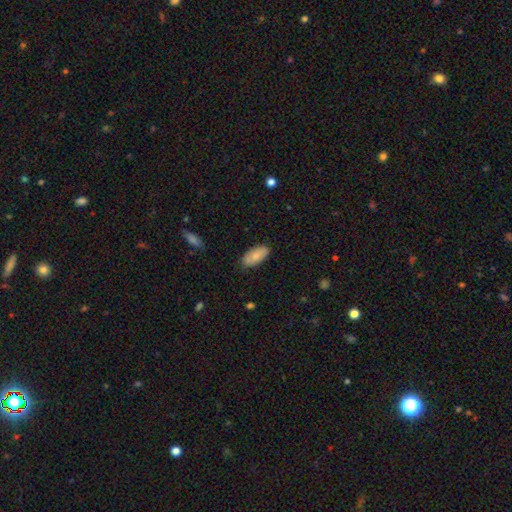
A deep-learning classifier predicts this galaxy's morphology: Smooth or featured? smooth (81%)
How rounded? in between (93%)
Merging? none (84%)